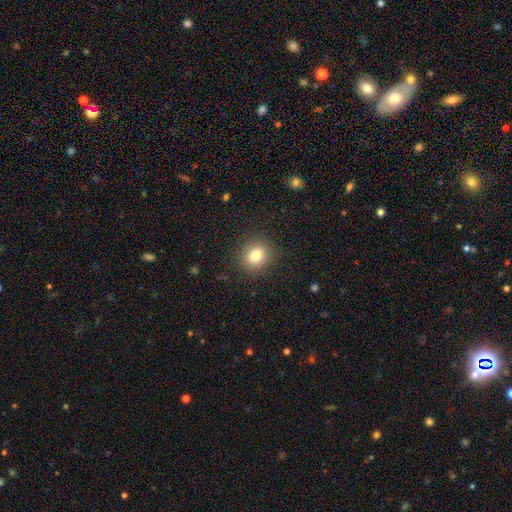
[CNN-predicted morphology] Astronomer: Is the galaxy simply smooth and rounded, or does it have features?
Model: smooth — 81%.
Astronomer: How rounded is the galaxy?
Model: round — 75%.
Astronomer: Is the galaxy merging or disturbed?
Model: none — 88%.